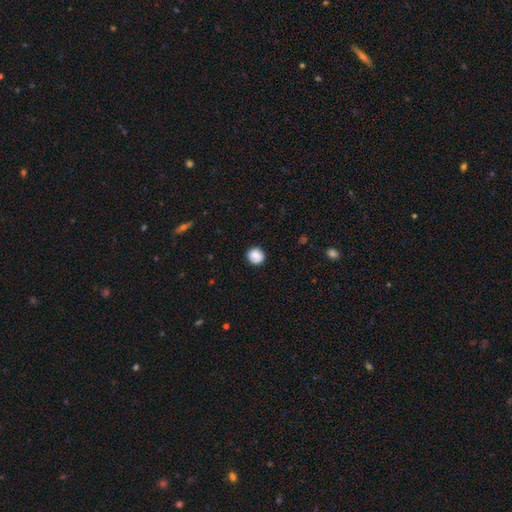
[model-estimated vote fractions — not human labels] Smooth or featured?
  - smooth: 77% *
  - featured or disk: 14%
  - star or artifact: 9%
How rounded?
  - round: 88% *
  - in between: 11%
  - cigar-shaped: 1%
Merging?
  - none: 83% *
  - minor disturbance: 13%
  - major disturbance: 3%
  - merger: 2%